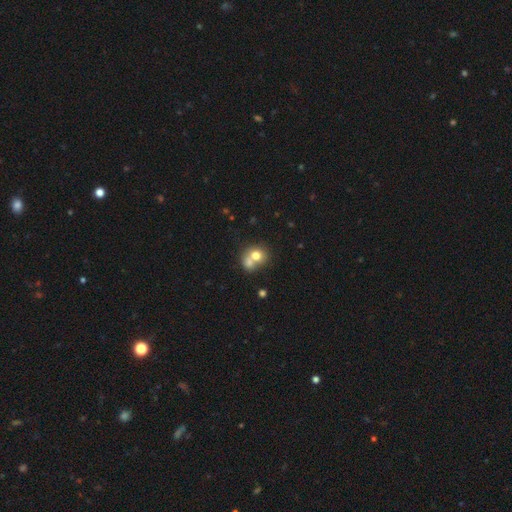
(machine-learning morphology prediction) type=smooth (70%); roundness=round (69%); merging=merger (59%).